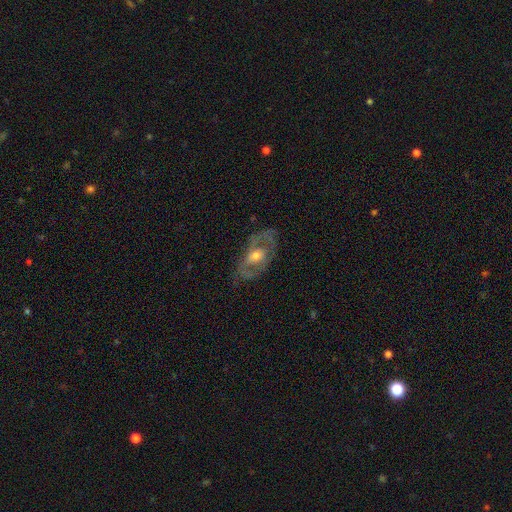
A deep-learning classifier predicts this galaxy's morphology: smooth-or-featured: featured or disk: 68% | smooth: 26% | star or artifact: 6%
  disk-edge-on: no: 90% | yes: 10%
    bar: no: 61% | weak: 29% | strong: 11%
    has-spiral-arms: yes: 50% (tied) | no: 50% (tied)
    bulge-size: moderate: 63% | small: 25% | large: 9% | none: 1% | dominant: 1%
  merging: none: 66% | minor disturbance: 19% | major disturbance: 13% | merger: 2%